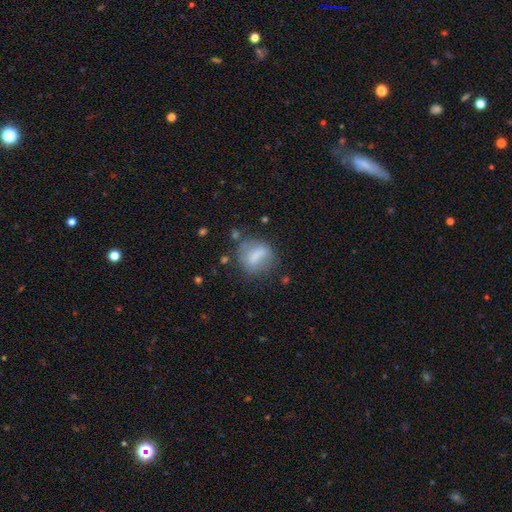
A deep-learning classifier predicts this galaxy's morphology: A smooth galaxy with no disk features (64%) that is round (51%). Merging: none (57%).